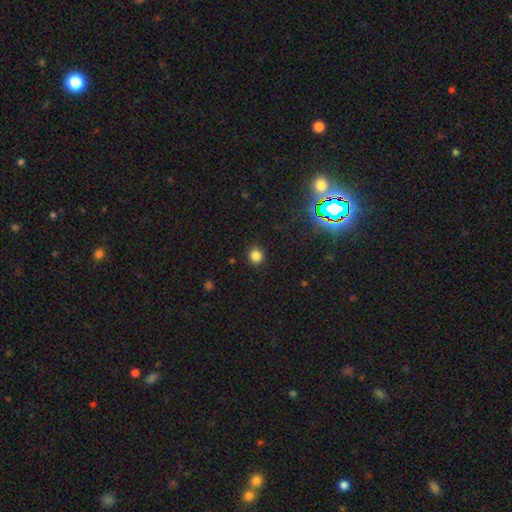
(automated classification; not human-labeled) Morphology: type=smooth (82%); roundness=round (93%); merging=none (92%).